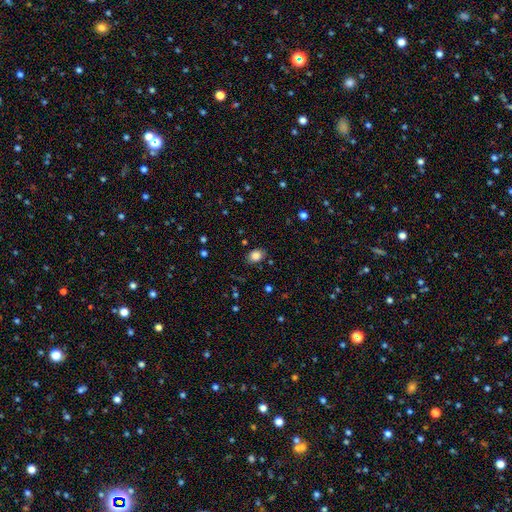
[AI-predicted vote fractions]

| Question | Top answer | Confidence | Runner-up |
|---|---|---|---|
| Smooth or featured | smooth | 84% | star or artifact (10%) |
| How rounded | in between | 68% | round (31%) |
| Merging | none | 83% | minor disturbance (12%) |